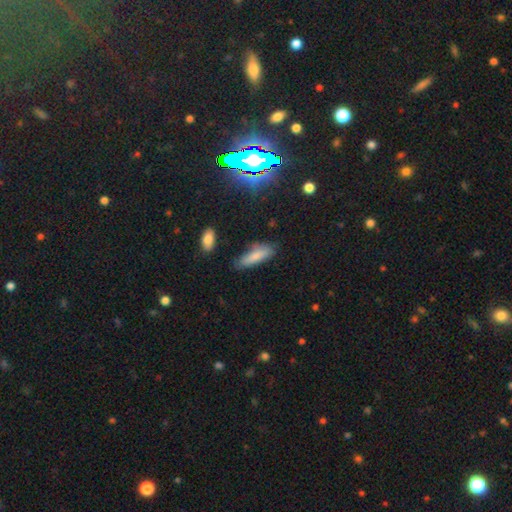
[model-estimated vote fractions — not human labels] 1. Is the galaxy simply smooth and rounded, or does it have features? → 80% smooth, 13% featured or disk, 8% star or artifact.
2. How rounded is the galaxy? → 50% cigar-shaped, 48% in between, 2% round.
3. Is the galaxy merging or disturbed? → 70% none, 22% minor disturbance, 5% major disturbance, 3% merger.